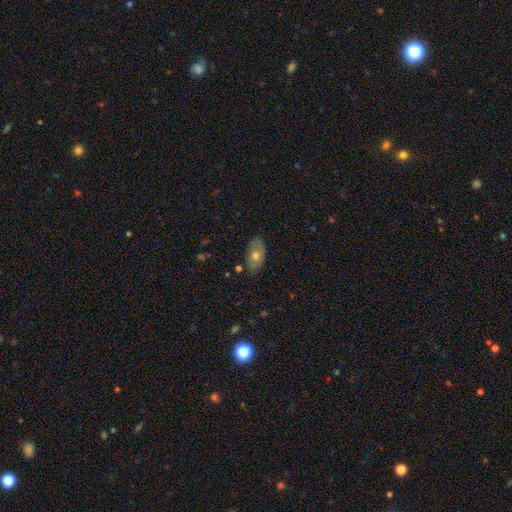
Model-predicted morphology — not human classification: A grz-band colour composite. It shows a smooth galaxy with no disk features (64%) that is in between round and cigar-shaped (91%). Merging: none (77%).